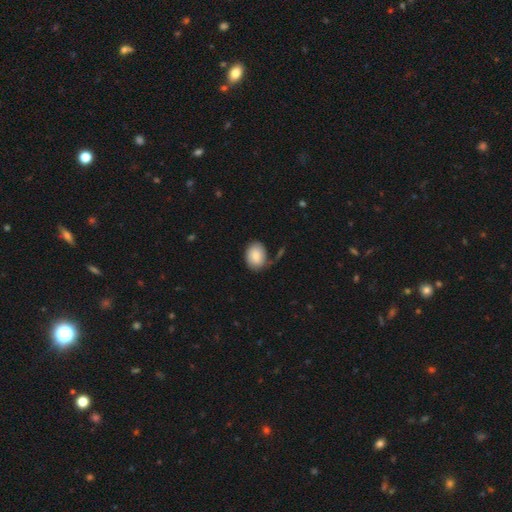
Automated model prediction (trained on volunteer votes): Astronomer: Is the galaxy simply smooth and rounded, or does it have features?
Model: smooth — 83%.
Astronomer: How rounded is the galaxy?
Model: in between — 70%.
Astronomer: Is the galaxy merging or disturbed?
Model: none — 67%.